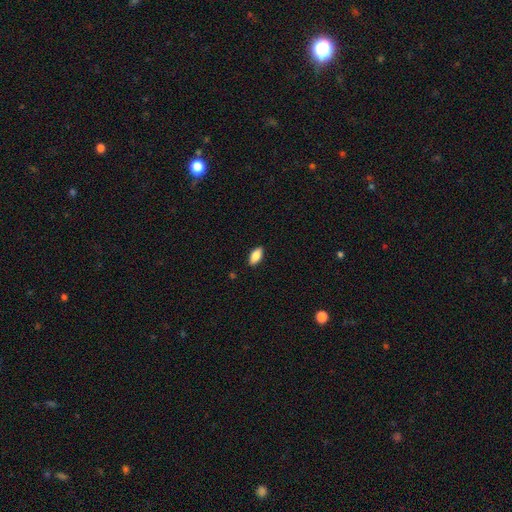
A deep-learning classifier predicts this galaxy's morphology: A smooth galaxy with no disk features (83%) that is in between round and cigar-shaped (89%).

Vote fractions:
- Smooth or featured? smooth: 83% / featured or disk: 10% / star or artifact: 7%
- How rounded? in between: 89% / cigar-shaped: 8% / round: 3%
- Merging? none: 89% / minor disturbance: 8% / major disturbance: 2% / merger: 1%